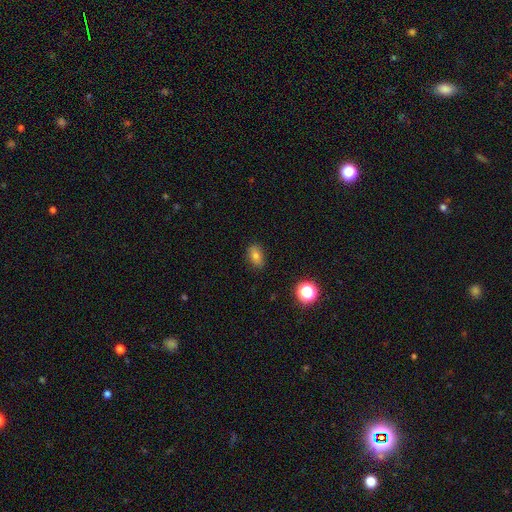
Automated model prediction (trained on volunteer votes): Smooth or featured?
  - smooth: 75% *
  - star or artifact: 14%
  - featured or disk: 12%
How rounded?
  - in between: 82% *
  - round: 16%
  - cigar-shaped: 2%
Merging?
  - none: 84% *
  - minor disturbance: 12%
  - major disturbance: 3%
  - merger: 1%